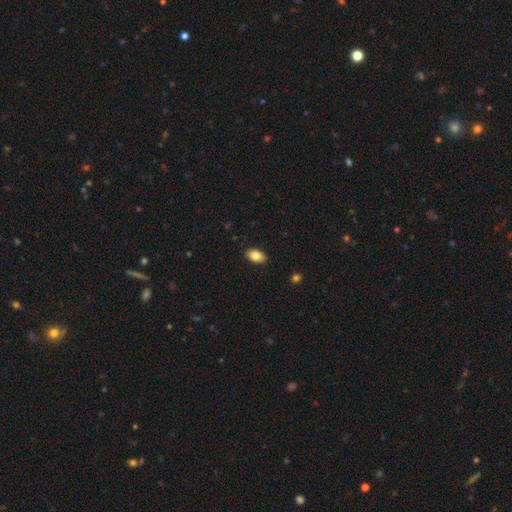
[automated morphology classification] Smooth or featured: smooth — 83% (featured or disk — 10%)
How rounded: in between — 92% (round — 6%)
Merging: none — 89% (minor disturbance — 8%)